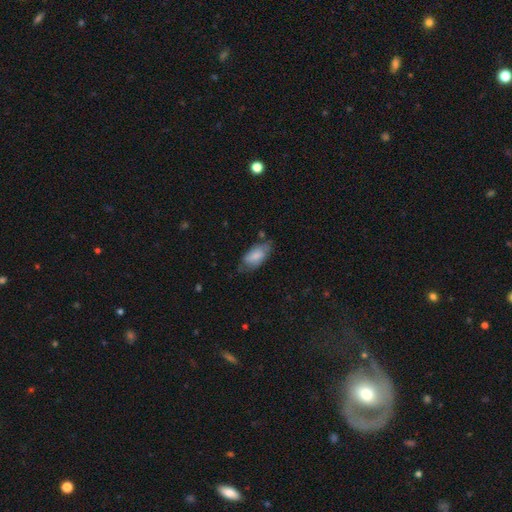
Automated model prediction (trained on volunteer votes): Smooth or featured?
  - smooth: 72% *
  - featured or disk: 22%
  - star or artifact: 6%
How rounded?
  - in between: 91% *
  - cigar-shaped: 6%
  - round: 3%
Merging?
  - none: 59% *
  - minor disturbance: 30%
  - major disturbance: 8%
  - merger: 3%